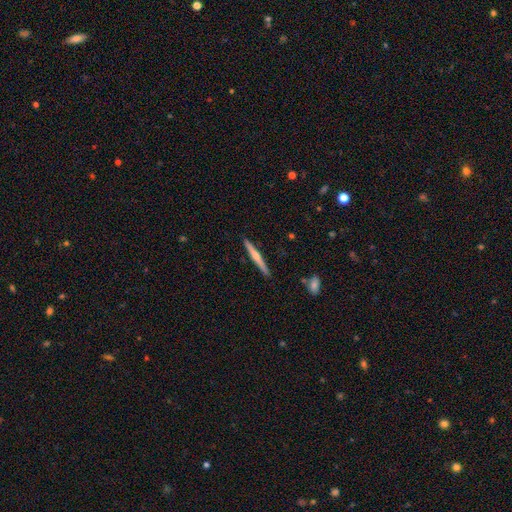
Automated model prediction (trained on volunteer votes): The model was most divided on "smooth or featured": featured or disk: 56%, smooth: 39%, star or artifact: 5%. More confident: edge-on disk — yes (98%); merging — none (91%); edge-on bulge — rounded (75%).